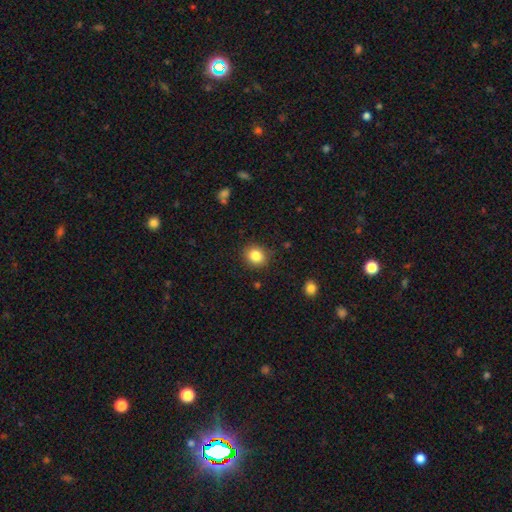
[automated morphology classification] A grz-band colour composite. It shows a smooth galaxy with no disk features (84%) that is round (76%). Merging: none (87%).